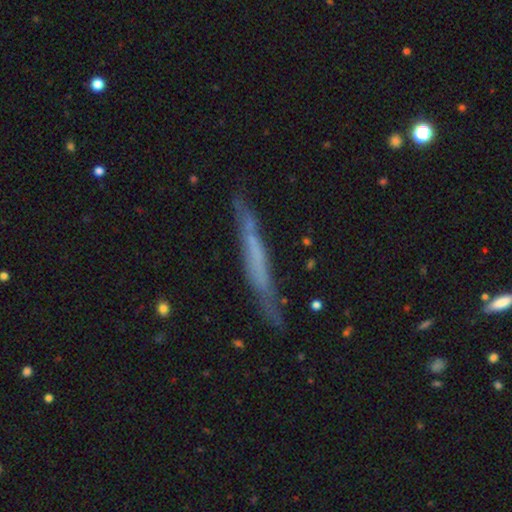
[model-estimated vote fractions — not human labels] featured or disk 54%, smooth 38%, star or artifact 8%. Down the decision tree: edge-on disk — yes (89%); merging — none (78%).